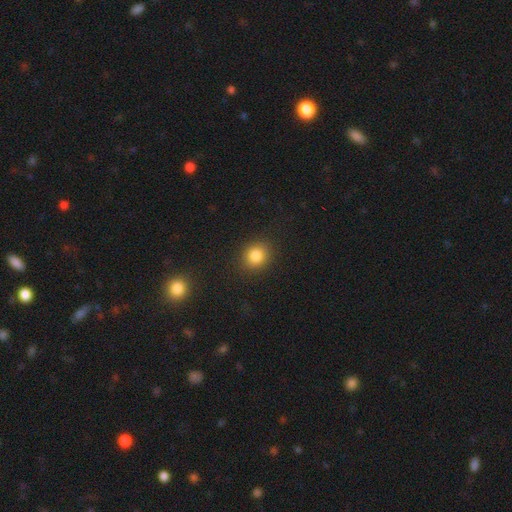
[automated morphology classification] type=smooth (83%); roundness=round (82%); merging=none (89%).